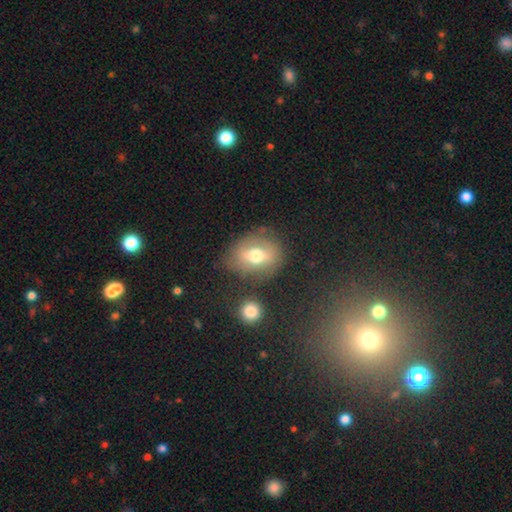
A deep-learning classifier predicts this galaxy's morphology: Q: Smooth or featured?
A: smooth (55%); runner-up: featured or disk (36%)
Q: How rounded?
A: in between (57%); runner-up: round (41%)
Q: Merging?
A: none (65%); runner-up: minor disturbance (20%)